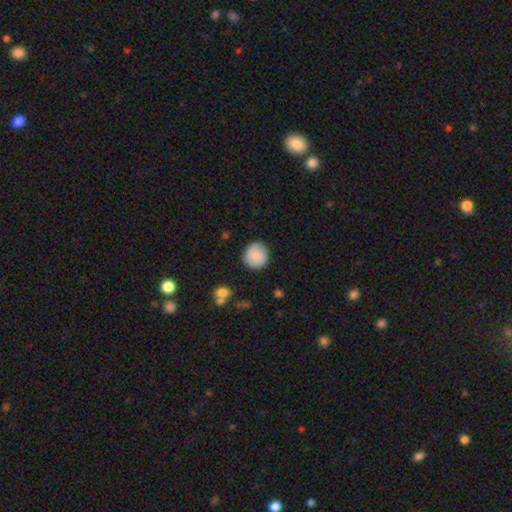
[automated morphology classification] Smooth or featured? smooth (86%)
How rounded? round (93%)
Merging? none (85%)